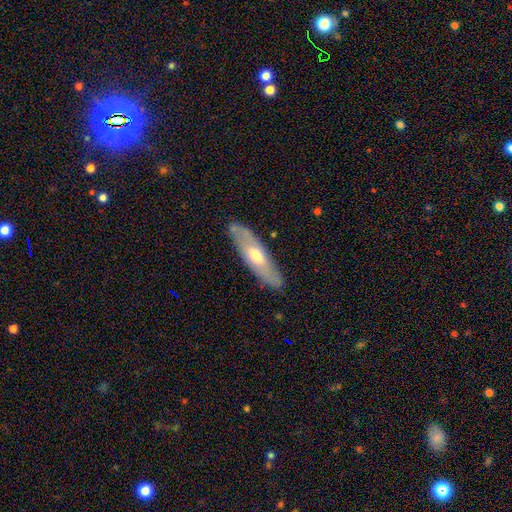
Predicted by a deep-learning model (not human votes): A featured or disk galaxy (48%). Merging: none (84%).